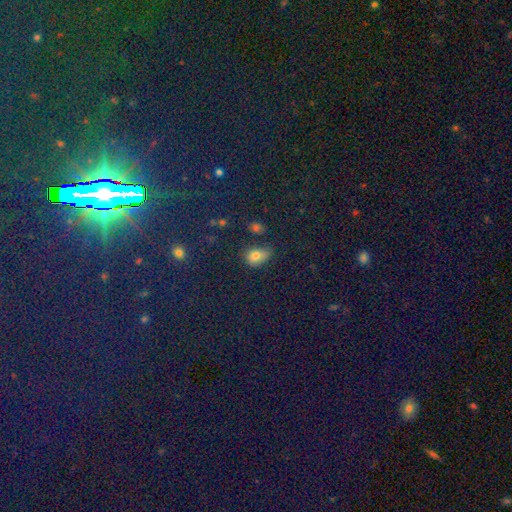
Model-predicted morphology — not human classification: Smooth or featured? smooth (74%)
How rounded? in between (68%)
Merging? none (55%)